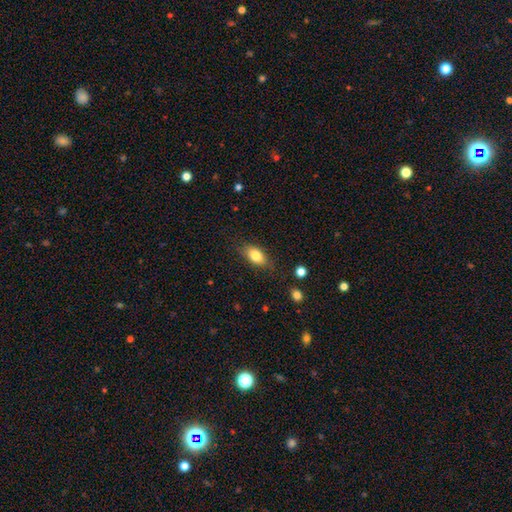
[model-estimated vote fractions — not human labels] Smooth or featured: smooth — 81% (featured or disk — 12%)
How rounded: in between — 87% (round — 7%)
Merging: none — 79% (minor disturbance — 16%)